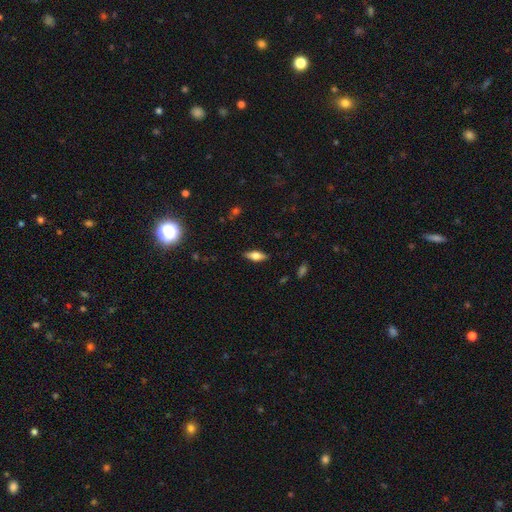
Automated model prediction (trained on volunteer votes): smooth_or_featured: smooth (p=0.58) [alt: featured or disk p=0.34]
how_rounded: in between (p=0.71) [alt: cigar-shaped p=0.26]
merging: none (p=0.86) [alt: minor disturbance p=0.11]